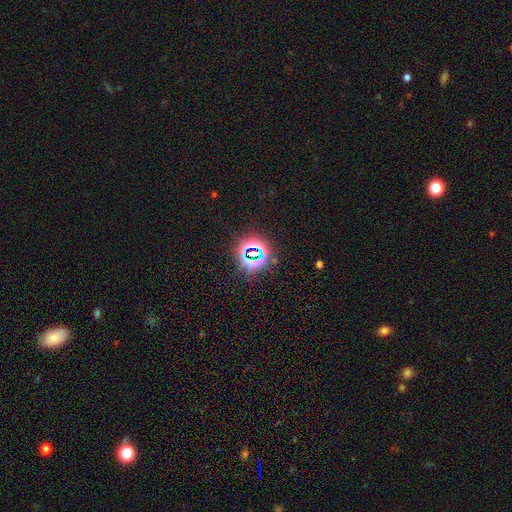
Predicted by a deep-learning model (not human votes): star or artifact 75%, smooth 17%, featured or disk 9%.